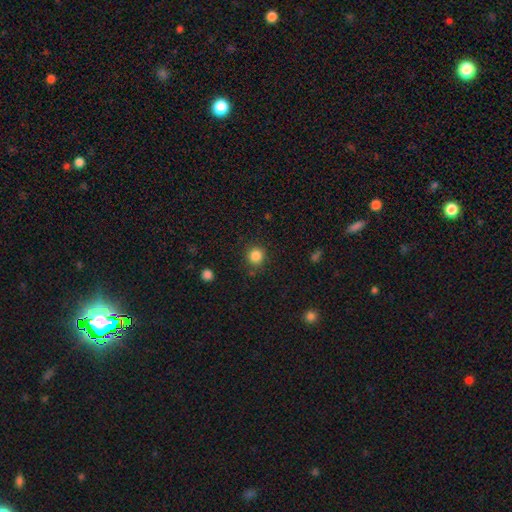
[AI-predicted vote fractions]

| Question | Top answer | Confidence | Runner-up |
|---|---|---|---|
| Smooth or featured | smooth | 85% | star or artifact (11%) |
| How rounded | round | 91% | in between (8%) |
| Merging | none | 86% | minor disturbance (9%) |